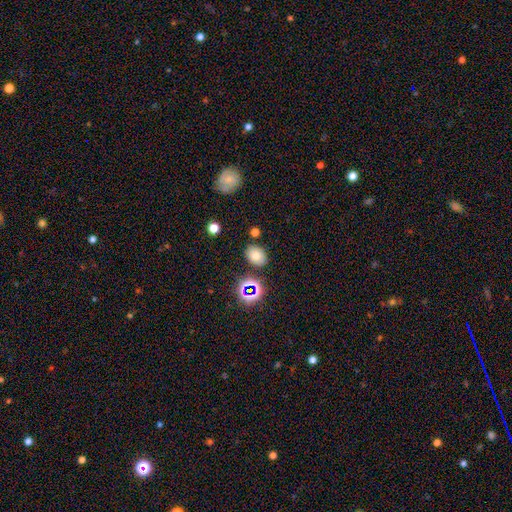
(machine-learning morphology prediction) This is likely a smooth galaxy (71%). How rounded: likely in between (74%). Merging: clearly none (82%).